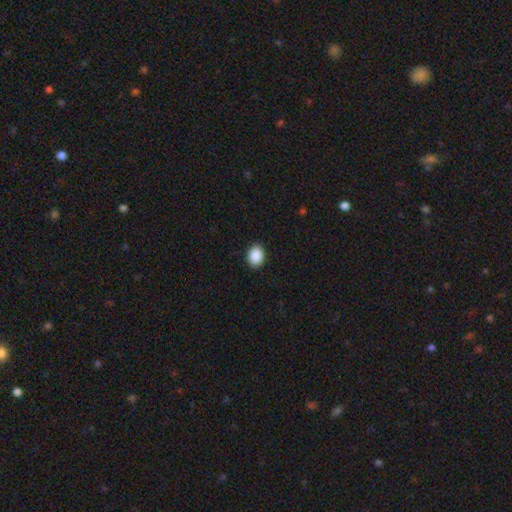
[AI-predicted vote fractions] This appears to be a smooth galaxy with no disk features (90%) that is in between round and cigar-shaped (61%). Merging: none (90%).